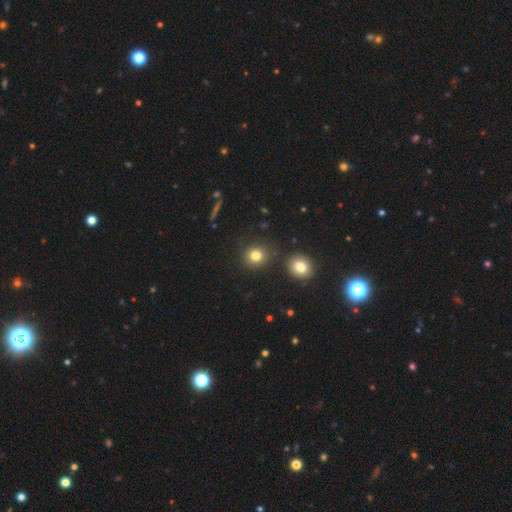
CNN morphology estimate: A smooth galaxy with no disk features (80%) that is round (84%). Merging: none (83%).